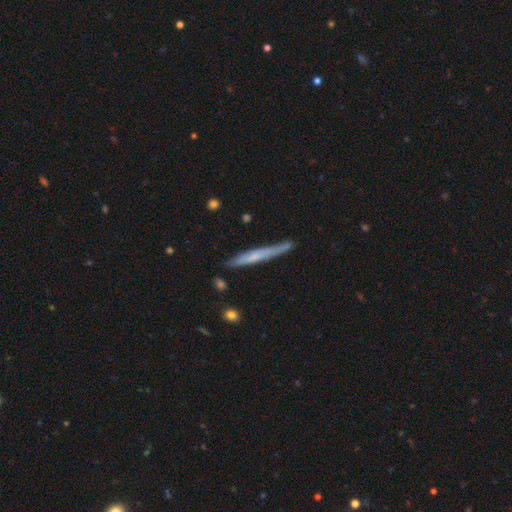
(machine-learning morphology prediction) The model was most divided on "smooth or featured": featured or disk: 48%, smooth: 46%, star or artifact: 6%. More confident: merging — none (79%).